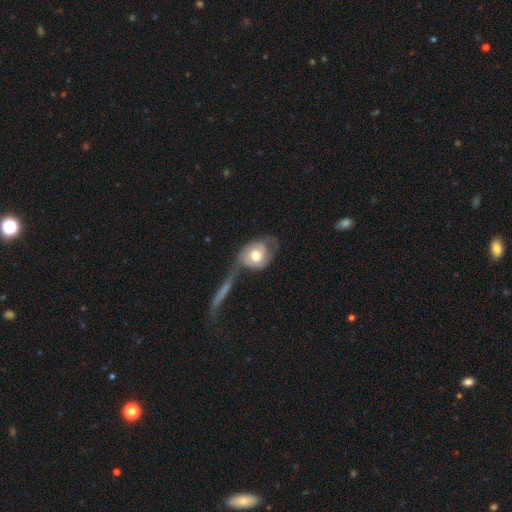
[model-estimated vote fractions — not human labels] featured or disk 54%, smooth 40%, star or artifact 6%. Down the decision tree: edge-on disk — no (94%); bar — no (76%); spiral arms — yes (73%); bulge size — moderate (63%); merging — merger (32%).